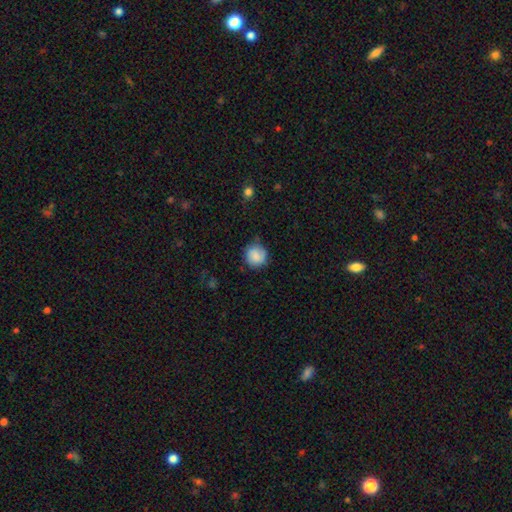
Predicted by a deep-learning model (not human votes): smooth 81%, featured or disk 11%, star or artifact 7%. Down the decision tree: how rounded — round (88%); merging — none (72%).